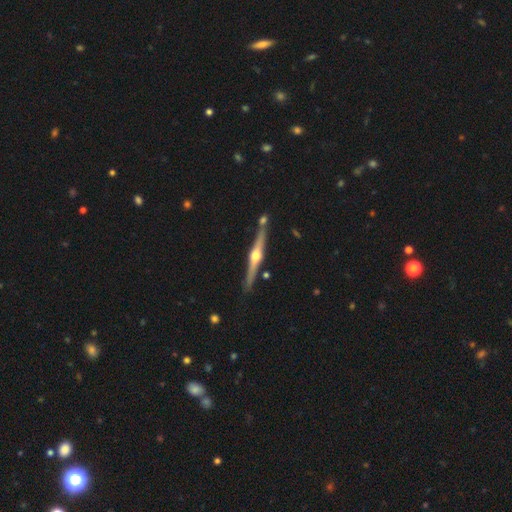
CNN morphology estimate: featured or disk 80%, smooth 15%, star or artifact 5%. Down the decision tree: edge-on disk — yes (98%); edge-on bulge — rounded (96%); merging — none (81%).